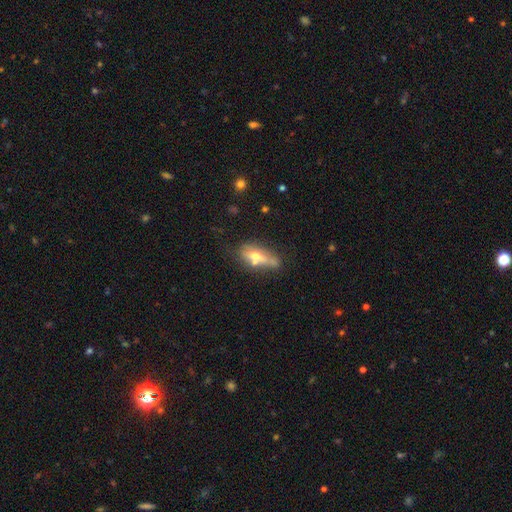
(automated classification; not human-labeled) The model was most divided on "smooth or featured": smooth: 47%, featured or disk: 43%, star or artifact: 10%. Remaining: merging — none (43%).